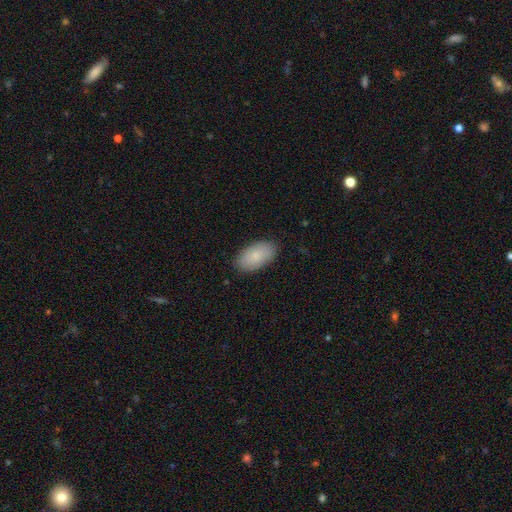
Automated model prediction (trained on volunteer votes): This is clearly a smooth galaxy (84%). How rounded: clearly in between (95%). Merging: clearly none (87%).